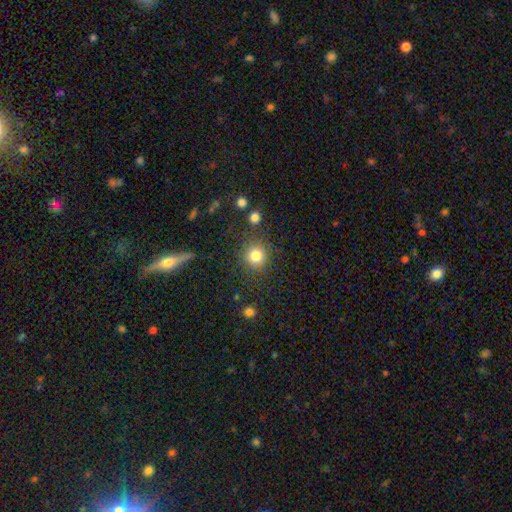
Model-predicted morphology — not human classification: Smooth or featured: smooth — 82% (star or artifact — 12%)
How rounded: round — 91% (in between — 8%)
Merging: none — 83% (minor disturbance — 9%)